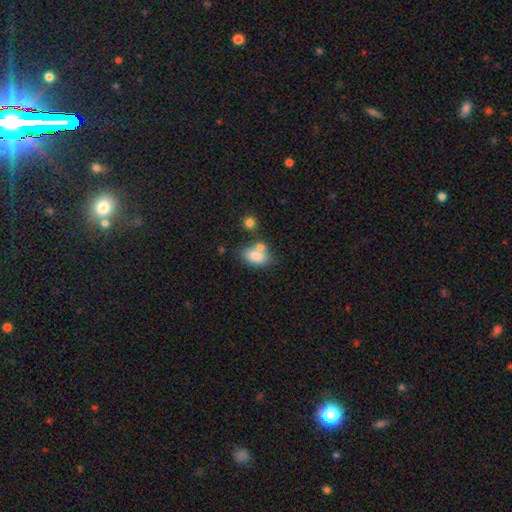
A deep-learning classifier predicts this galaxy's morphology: A smooth galaxy with no disk features (81%) that is in between round and cigar-shaped (86%). Merging: none (49%).